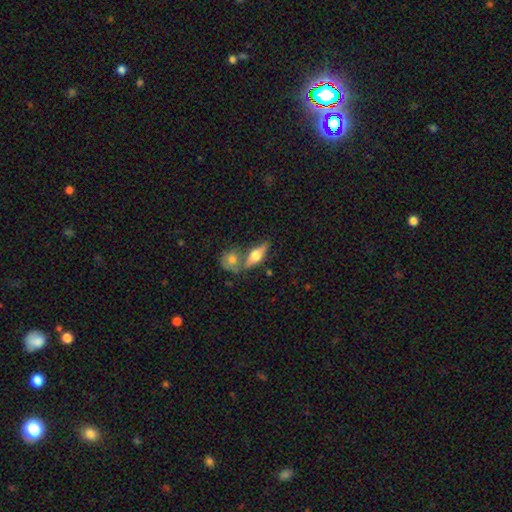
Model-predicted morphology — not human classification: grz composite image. It shows a featured or disk galaxy (55%) viewed edge-on (90%). Merging: none (59%).